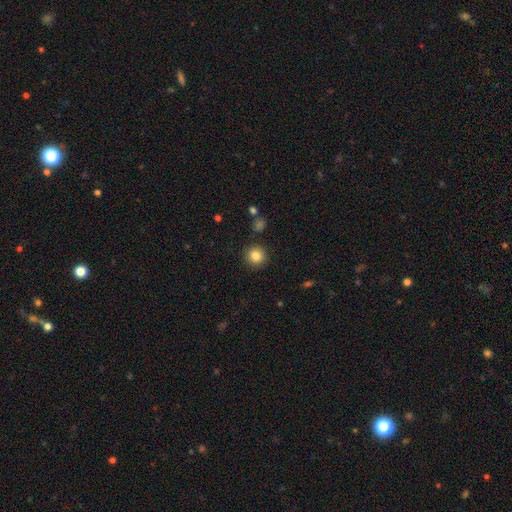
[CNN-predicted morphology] Smooth or featured: smooth — 85% (star or artifact — 10%)
How rounded: round — 93% (in between — 6%)
Merging: none — 90% (minor disturbance — 6%)